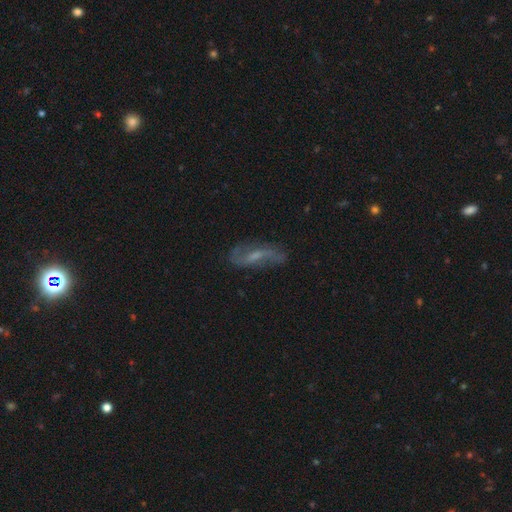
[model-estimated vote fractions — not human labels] Smooth or featured: featured or disk — 75% (smooth — 17%)
Edge-on disk: no — 90% (yes — 10%)
Bar: weak — 49% (no — 28%)
Spiral arms: yes — 89% (no — 11%)
Spiral winding: loose — 69% (medium — 23%)
Spiral arm count: 2 — 86% (can't tell — 7%)
Bulge size: small — 49% (moderate — 27%)
Merging: none — 68% (minor disturbance — 19%)